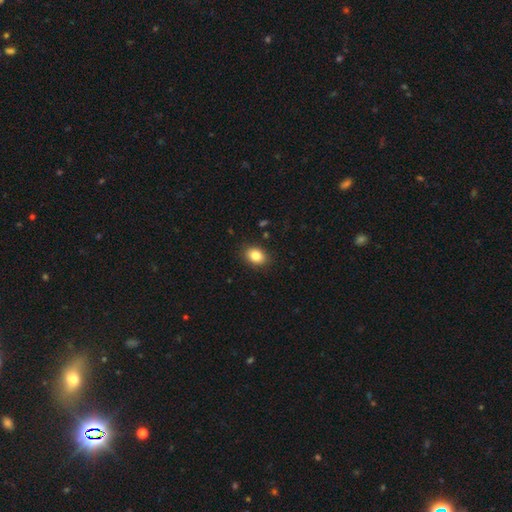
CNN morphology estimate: A smooth galaxy with no disk features (85%) that is in between round and cigar-shaped (71%). Merging: none (88%).